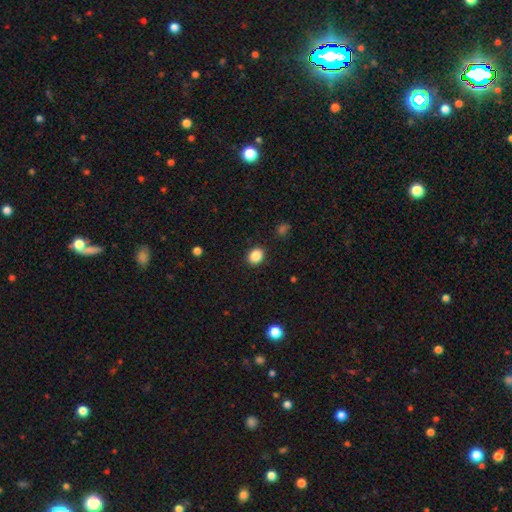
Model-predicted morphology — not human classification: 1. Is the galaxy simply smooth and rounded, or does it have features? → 87% smooth, 10% star or artifact, 3% featured or disk.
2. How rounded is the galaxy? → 61% round, 38% in between, 1% cigar-shaped.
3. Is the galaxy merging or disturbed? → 89% none, 7% minor disturbance, 2% major disturbance, 1% merger.